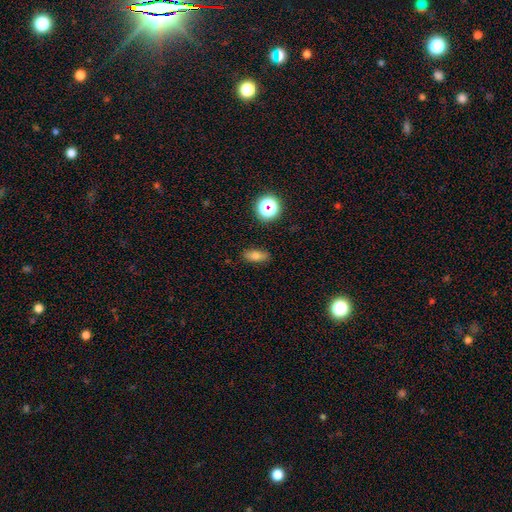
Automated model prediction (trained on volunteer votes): This appears to be a smooth galaxy with no disk features (75%) that is in between round and cigar-shaped (77%). Merging: none (86%).